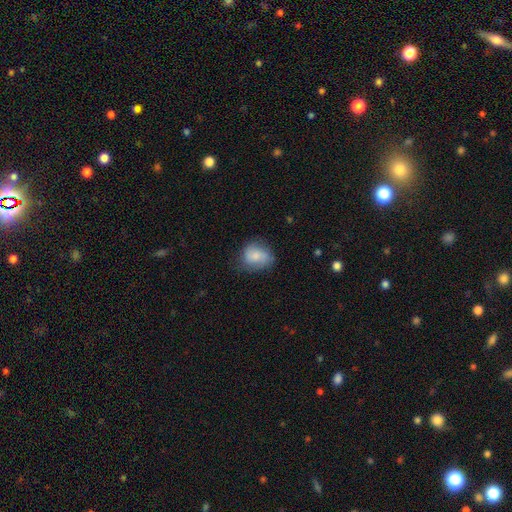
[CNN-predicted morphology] Q: Smooth or featured?
A: smooth (71%); runner-up: featured or disk (21%)
Q: How rounded?
A: round (58%); runner-up: in between (41%)
Q: Merging?
A: none (66%); runner-up: minor disturbance (25%)